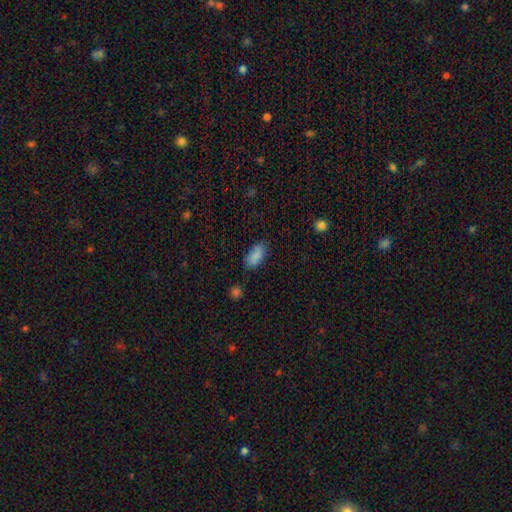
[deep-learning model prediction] Overall: smooth (85%). How rounded: in between (91%). Merging: none (76%).